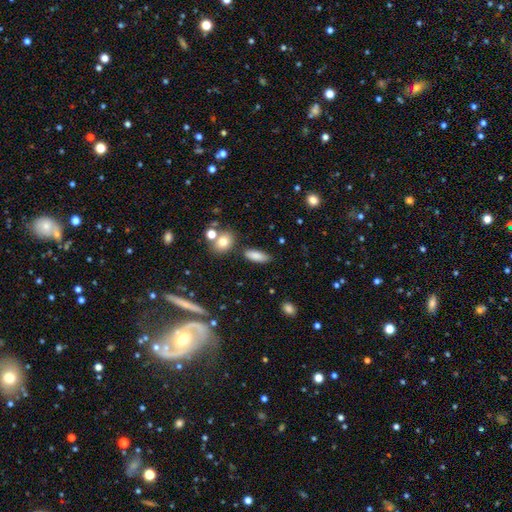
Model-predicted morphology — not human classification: This appears to be a smooth galaxy with no disk features (83%) that is in between round and cigar-shaped (66%). Merging: none (79%).